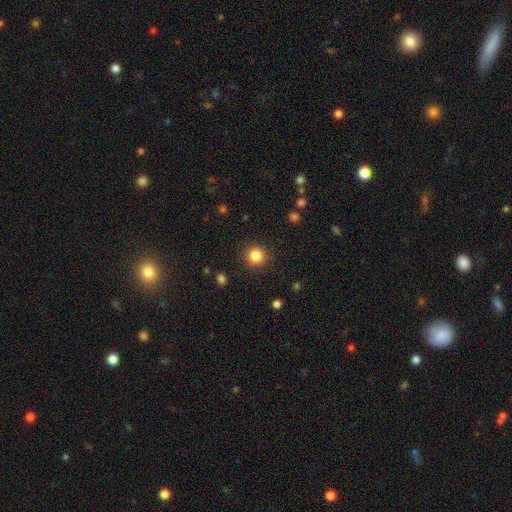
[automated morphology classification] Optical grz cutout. It shows a smooth galaxy with no disk features (85%) that is round (95%). Merging: none (91%).